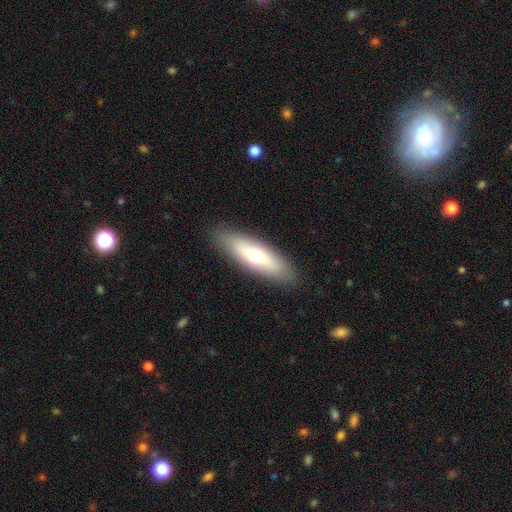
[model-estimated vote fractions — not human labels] Smooth or featured: smooth — 59% (featured or disk — 34%)
How rounded: in between — 49% (cigar-shaped — 48%)
Merging: none — 88% (minor disturbance — 9%)